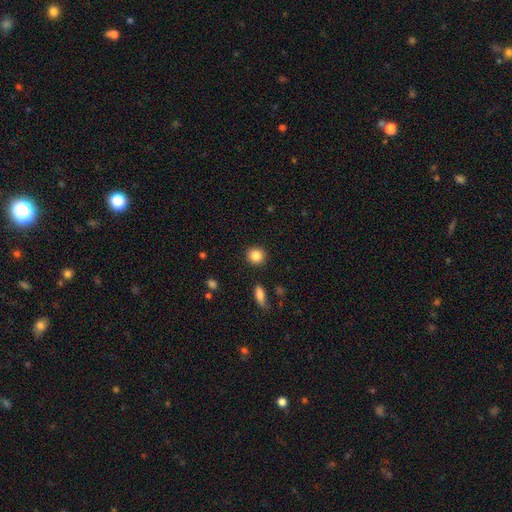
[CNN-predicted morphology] This appears to be a smooth galaxy with no disk features (86%) that is round (91%). Merging: none (91%).